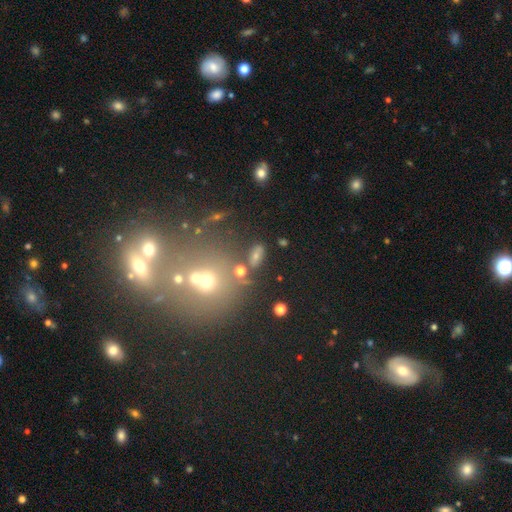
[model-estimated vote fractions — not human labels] A smooth galaxy with no disk features (56%) that is in between round and cigar-shaped (71%).

Vote fractions:
- Smooth or featured? smooth: 56% / star or artifact: 25% / featured or disk: 19%
- How rounded? in between: 71% / round: 16% / cigar-shaped: 13%
- Merging? none: 69% / minor disturbance: 13% / merger: 12% / major disturbance: 6%